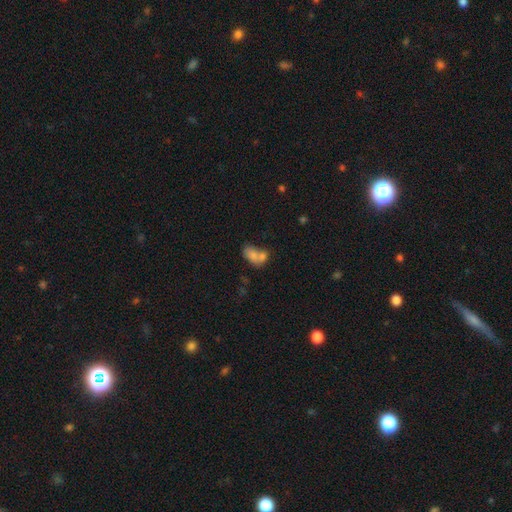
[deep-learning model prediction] Morphology: type=smooth (76%); roundness=in between (84%); merging=merger (62%).